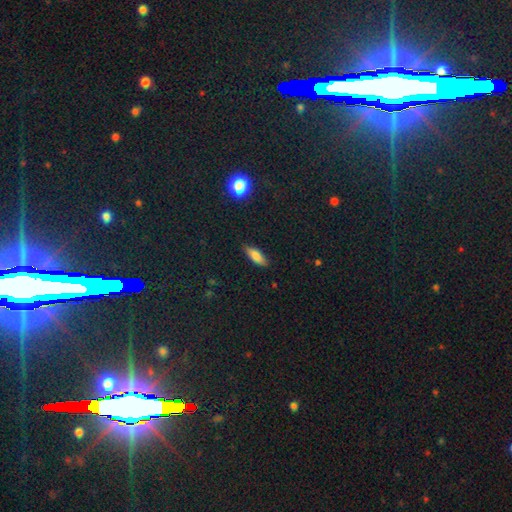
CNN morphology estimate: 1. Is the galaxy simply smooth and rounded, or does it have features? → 78% smooth, 14% featured or disk, 8% star or artifact.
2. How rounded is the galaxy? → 59% in between, 38% cigar-shaped, 3% round.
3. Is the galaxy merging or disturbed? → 84% none, 12% minor disturbance, 3% major disturbance, 1% merger.